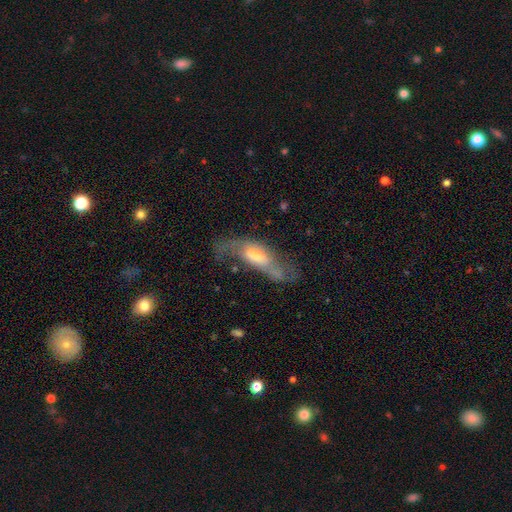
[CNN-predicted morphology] Smooth or featured? featured or disk (59%)
Edge-on disk? no (76%)
Merging? none (40%)